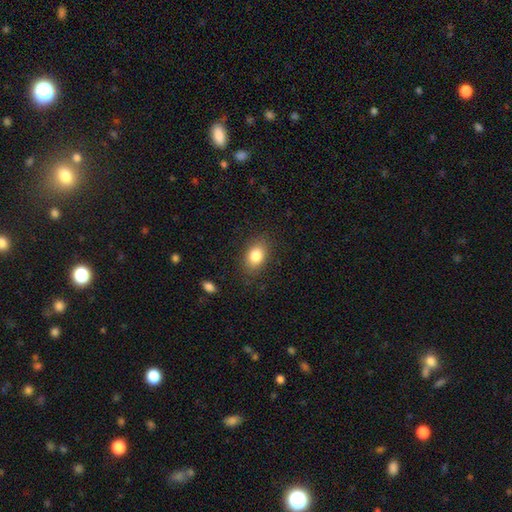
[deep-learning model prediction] This appears to be a smooth galaxy with no disk features (83%) that is in between round and cigar-shaped (81%). Merging: none (84%).